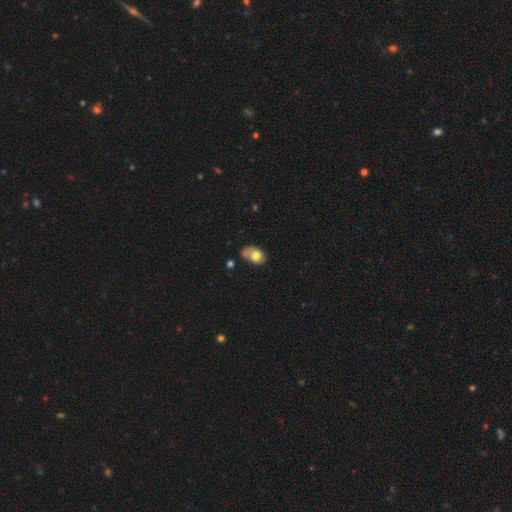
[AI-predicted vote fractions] This is likely a smooth galaxy (73%). How rounded: likely in between (79%). Merging: marginally minor disturbance (36%).